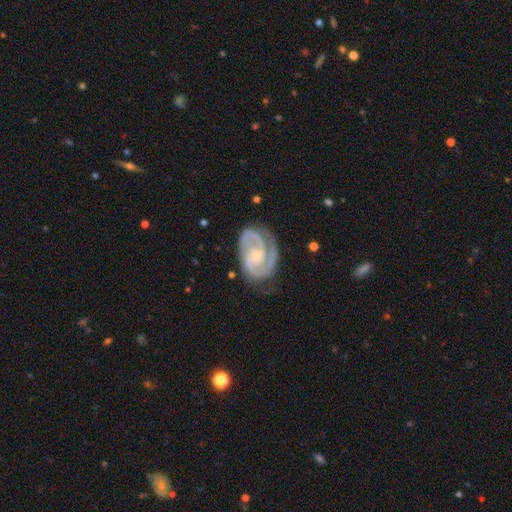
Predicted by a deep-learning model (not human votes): Smooth or featured?
  - featured or disk: 91% *
  - smooth: 5%
  - star or artifact: 4%
Edge-on disk?
  - no: 98% *
  - yes: 2%
Bar?
  - no: 60% *
  - weak: 31%
  - strong: 9%
Spiral arms?
  - yes: 98% *
  - no: 2%
Spiral winding?
  - tight: 59% *
  - medium: 35%
  - loose: 5%
Spiral arm count?
  - 2: 81% *
  - 3: 8%
  - can't tell: 4%
  - 1: 3%
  - 4: 2%
  - more than 4: 2%
Bulge size?
  - small: 72% *
  - moderate: 19%
  - none: 7%
  - large: 1%
  - dominant: 1%
Merging?
  - none: 74% *
  - minor disturbance: 18%
  - major disturbance: 7%
  - merger: 2%